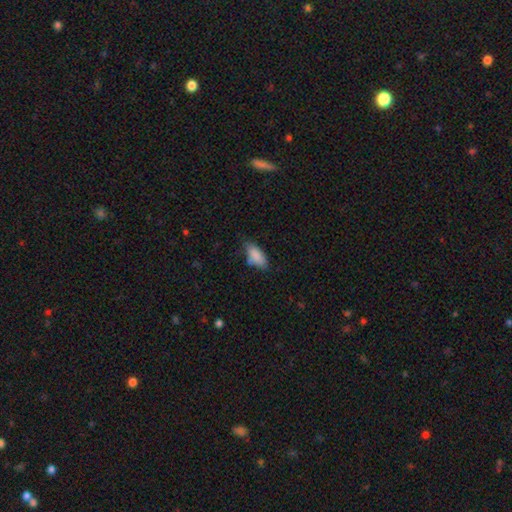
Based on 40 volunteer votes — smooth 72%, featured or disk 15%, star or artifact 12%. Down the decision tree: how rounded — in between (83%); merging — none (60%).